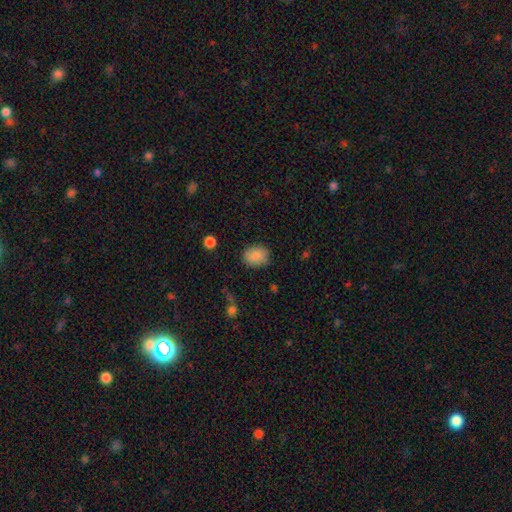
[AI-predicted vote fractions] smooth-or-featured: smooth: 86% | star or artifact: 8% | featured or disk: 5%
  how-rounded: in between: 58% | round: 41% | cigar-shaped: 1%
  merging: none: 82% | minor disturbance: 13% | major disturbance: 3% | merger: 1%